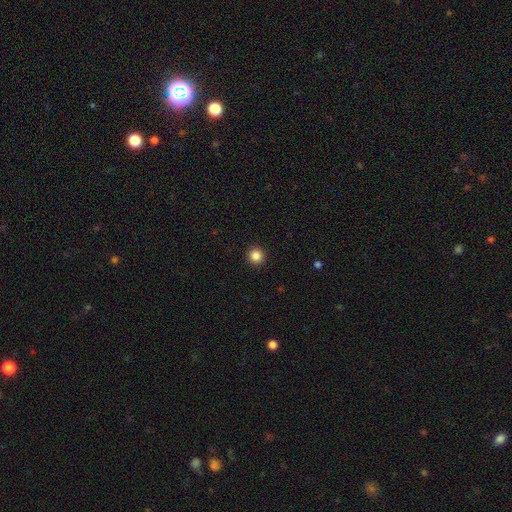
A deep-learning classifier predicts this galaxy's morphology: Smooth or featured?
  - smooth: 86% *
  - star or artifact: 11%
  - featured or disk: 3%
How rounded?
  - round: 96% *
  - in between: 3%
  - cigar-shaped: 1%
Merging?
  - none: 94% *
  - minor disturbance: 4%
  - major disturbance: 1%
  - merger: 1%